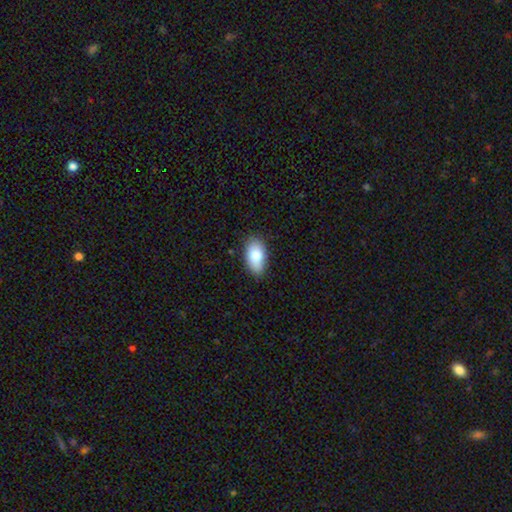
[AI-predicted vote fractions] The model was most divided on "merging": none: 81%, minor disturbance: 16%, major disturbance: 3%, merger: 1%. More confident: how rounded — in between (93%); smooth or featured — smooth (84%).